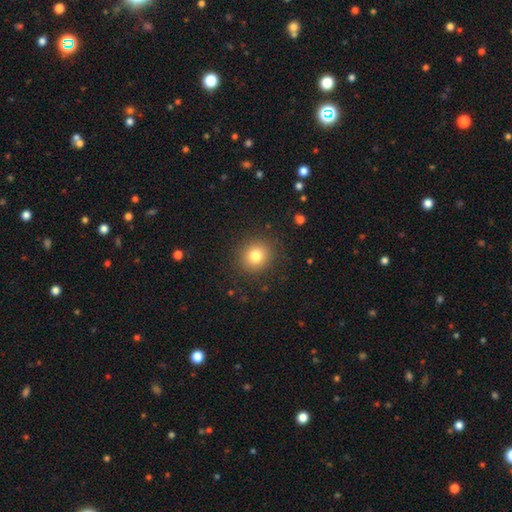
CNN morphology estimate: Overall: smooth (80%). How rounded: round (87%). Merging: none (89%).